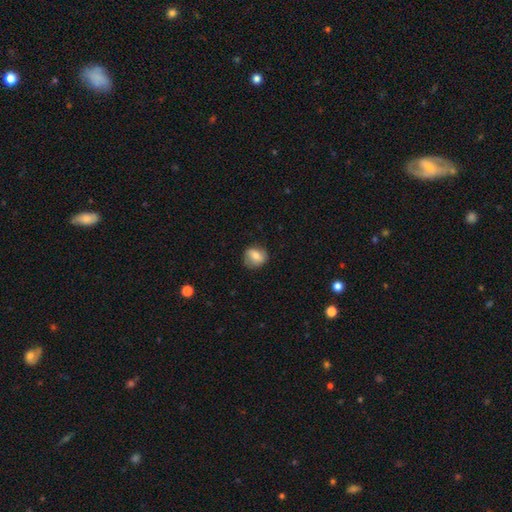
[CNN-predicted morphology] Smooth or featured?
  - smooth: 68% *
  - featured or disk: 24%
  - star or artifact: 9%
How rounded?
  - round: 71% *
  - in between: 28%
  - cigar-shaped: 1%
Merging?
  - none: 77% *
  - minor disturbance: 17%
  - major disturbance: 5%
  - merger: 1%